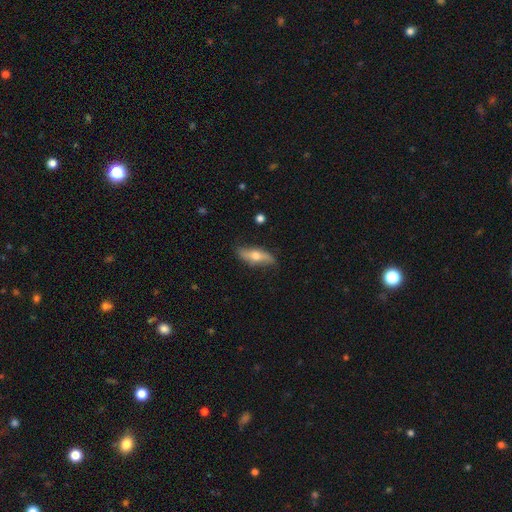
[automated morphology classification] featured or disk 51%, smooth 43%, star or artifact 6%. Down the decision tree: edge-on disk — yes (61%); merging — none (79%).